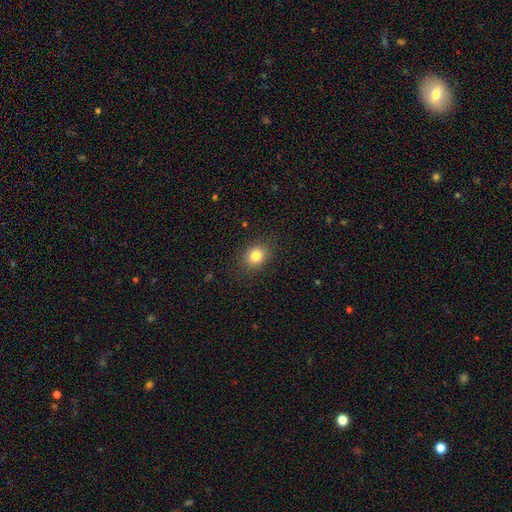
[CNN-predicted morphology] This is clearly a smooth galaxy (82%). How rounded: likely round (61%). Merging: clearly none (87%).